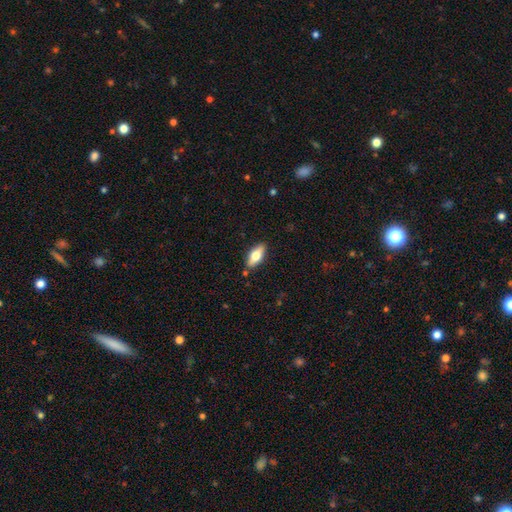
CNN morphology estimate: This appears to be a smooth galaxy with no disk features (61%) that is in between round and cigar-shaped (77%). Merging: none (86%).